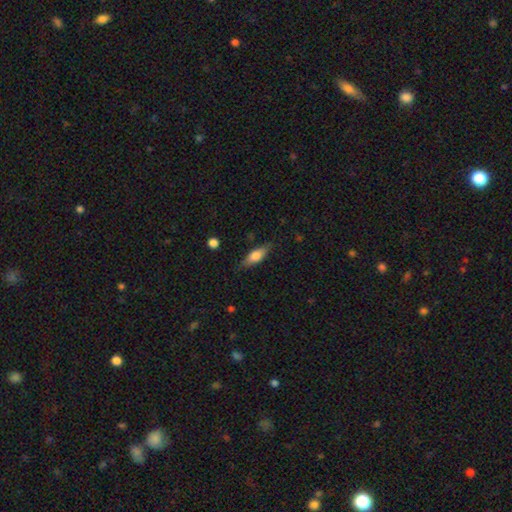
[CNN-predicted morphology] Q: Smooth or featured?
A: smooth (64%); runner-up: featured or disk (29%)
Q: How rounded?
A: in between (64%); runner-up: cigar-shaped (33%)
Q: Merging?
A: none (80%); runner-up: minor disturbance (15%)